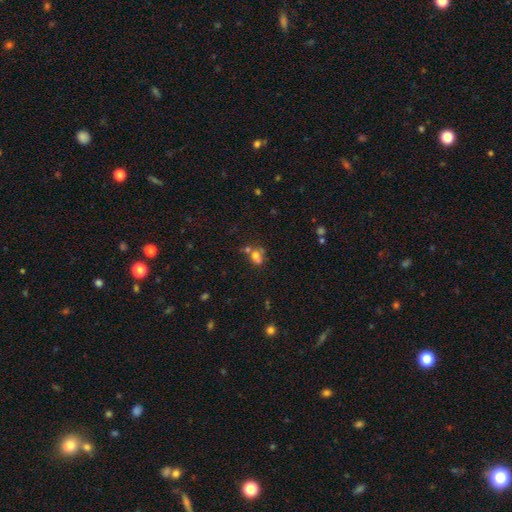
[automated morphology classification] Overall: smooth (62%). How rounded: round (62%; in between 36%). Merging: merger (50%; none 32%).